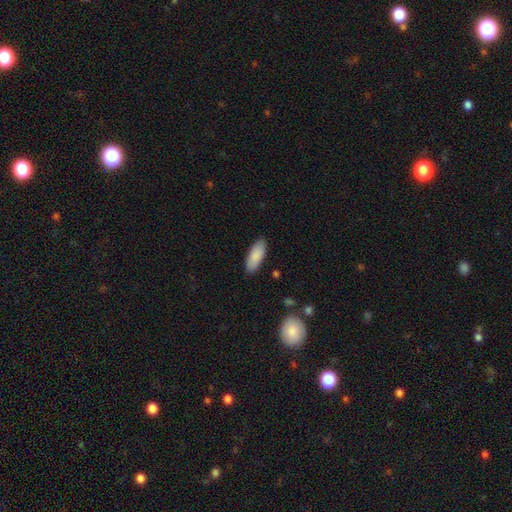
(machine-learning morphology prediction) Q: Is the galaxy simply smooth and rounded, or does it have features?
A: smooth — 87%.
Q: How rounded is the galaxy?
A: in between — 78%.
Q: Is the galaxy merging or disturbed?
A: none — 86%.